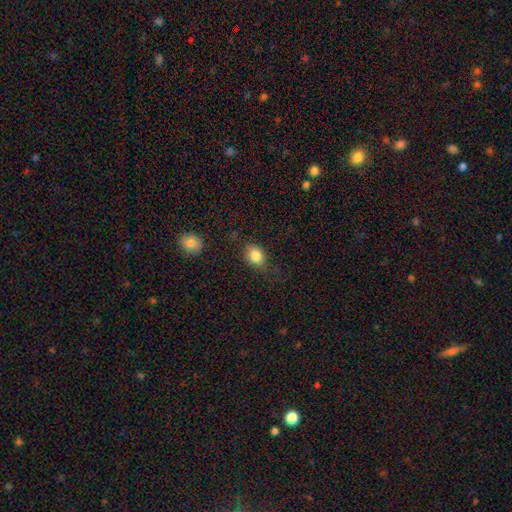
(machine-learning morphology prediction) Smooth or featured? smooth (83%)
How rounded? in between (60%)
Merging? none (67%)